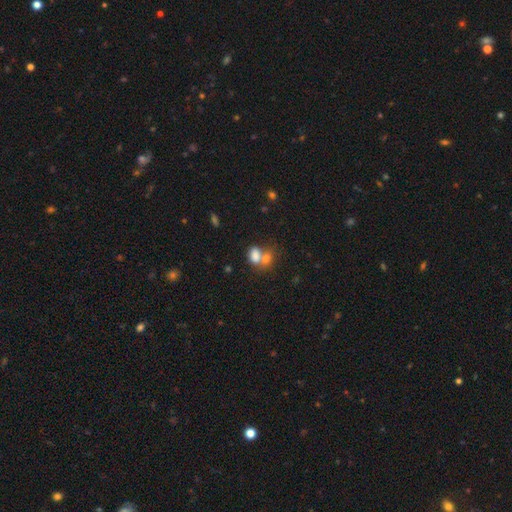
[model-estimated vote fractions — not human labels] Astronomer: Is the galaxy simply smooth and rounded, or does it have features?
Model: smooth — 77%.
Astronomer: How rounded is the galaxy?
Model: in between — 76%.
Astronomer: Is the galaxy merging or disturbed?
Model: merger — 61%.